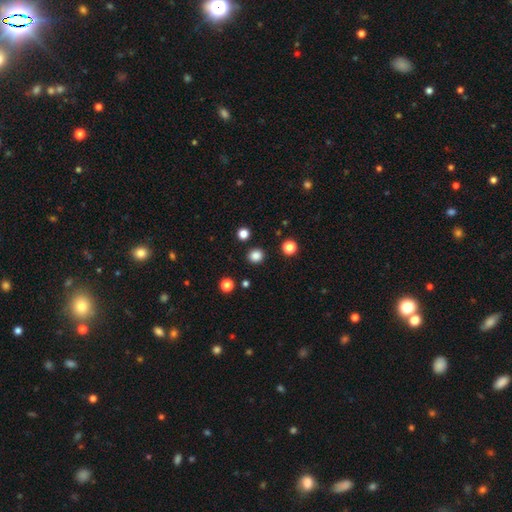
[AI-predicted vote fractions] Smooth or featured? smooth (84%)
How rounded? round (90%)
Merging? none (91%)